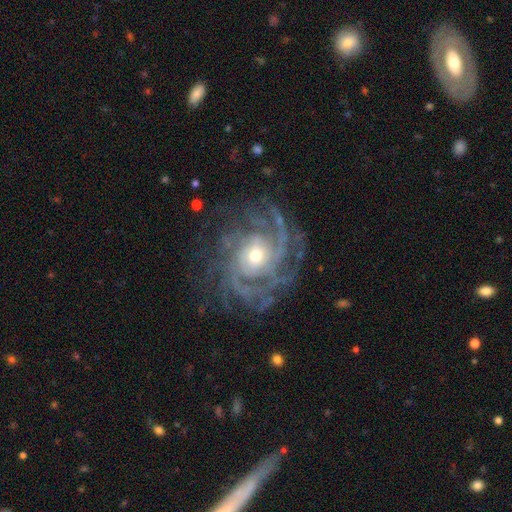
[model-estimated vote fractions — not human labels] This is clearly a featured or disk galaxy (90%). It is clearly not viewed edge-on (97%). Bar: likely no (72%). Spiral arm pattern: clearly yes (97%). Spiral arm count: marginally can't tell (24%). Spiral winding: likely tight (60%). Central bulge: possibly moderate (52%). Merging: likely none (70%).